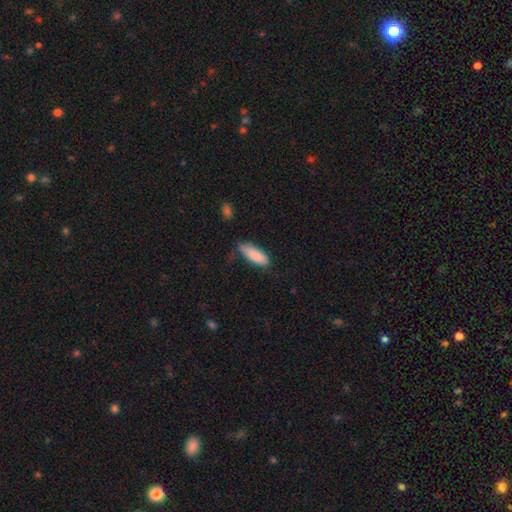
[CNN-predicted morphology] Overall: smooth (86%). How rounded: in between (69%). Merging: none (58%; minor disturbance 31%).